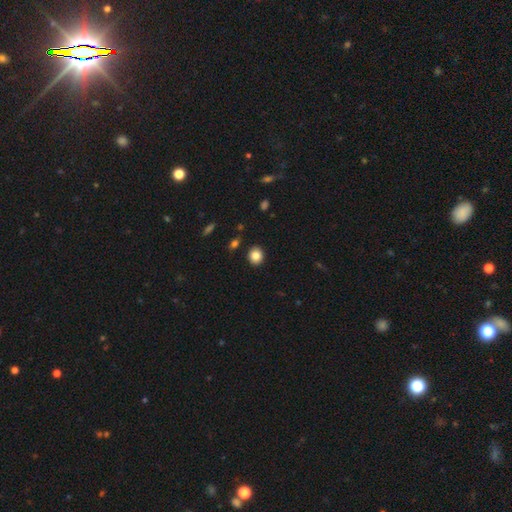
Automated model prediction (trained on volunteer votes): Smooth or featured? Predicted: smooth (p=0.85). How rounded? Predicted: round (p=0.71). Merging? Predicted: none (p=0.90).